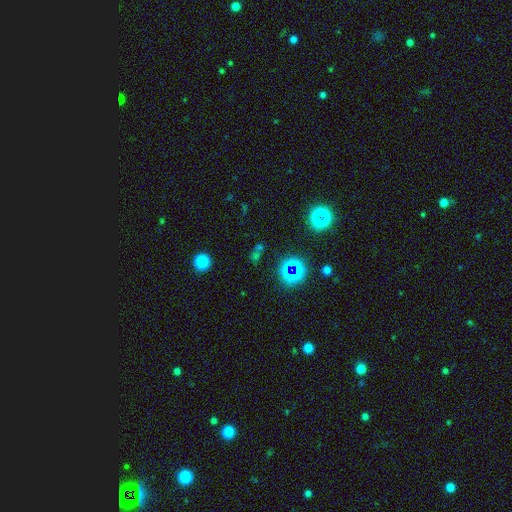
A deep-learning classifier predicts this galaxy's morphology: A star or artifact, not a galaxy (54%).